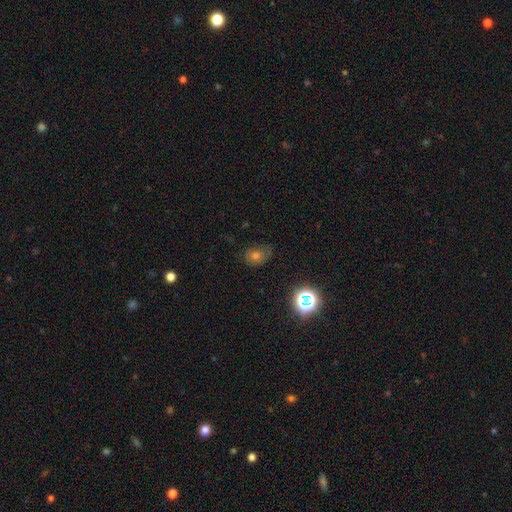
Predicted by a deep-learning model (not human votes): Smooth or featured? Predicted: smooth (p=0.60). How rounded? Predicted: in between (p=0.53). Merging? Predicted: none (p=0.61).